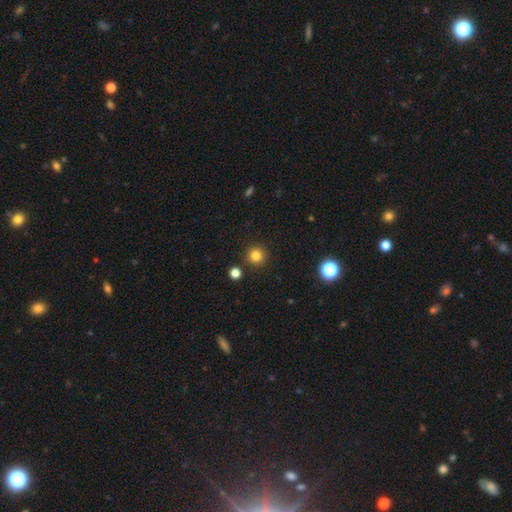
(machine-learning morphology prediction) Smooth or featured? Predicted: smooth (p=0.82). How rounded? Predicted: round (p=0.95). Merging? Predicted: none (p=0.89).